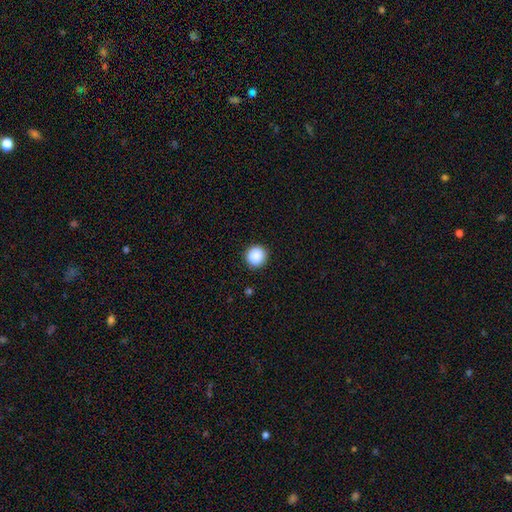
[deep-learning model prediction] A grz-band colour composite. It shows a smooth galaxy with no disk features (89%) that is round (94%). Merging: none (92%).